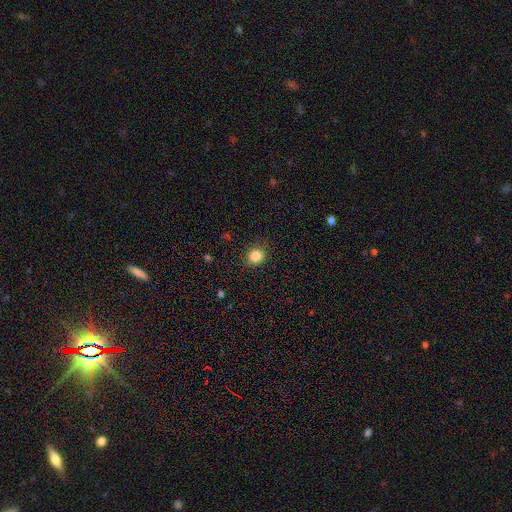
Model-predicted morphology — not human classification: Smooth or featured? smooth (84%)
How rounded? round (78%)
Merging? none (87%)